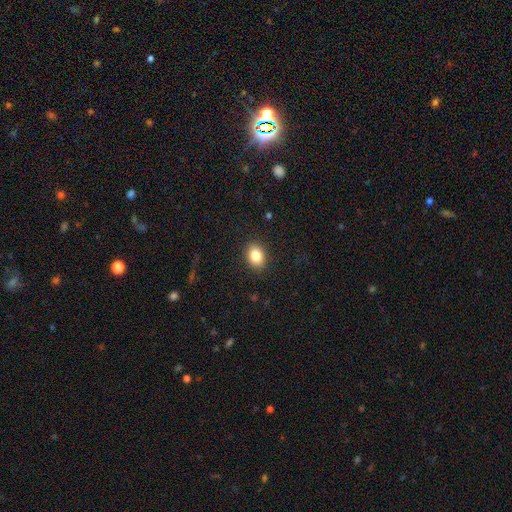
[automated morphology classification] This appears to be a smooth galaxy with no disk features (84%) that is in between round and cigar-shaped (67%). Merging: none (89%).